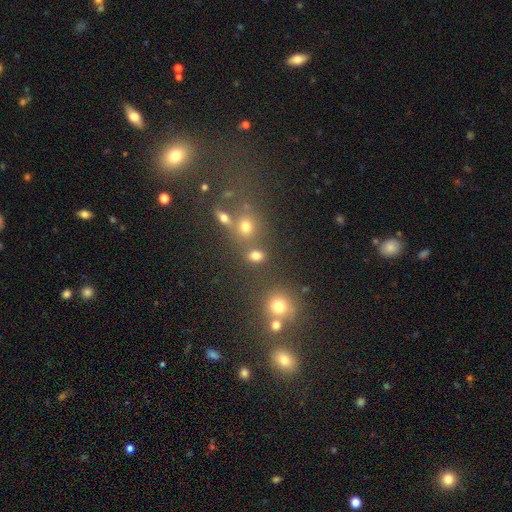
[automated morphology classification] A smooth galaxy with no disk features (73%) that is round (49%). Merging: none (62%).